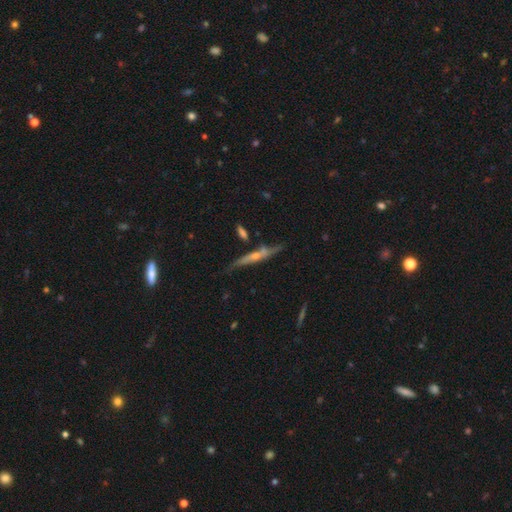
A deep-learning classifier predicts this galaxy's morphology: Overall: featured or disk (68%). Edge-on disk: yes (88%). Edge-on bulge: rounded (69%). Merging: none (67%).